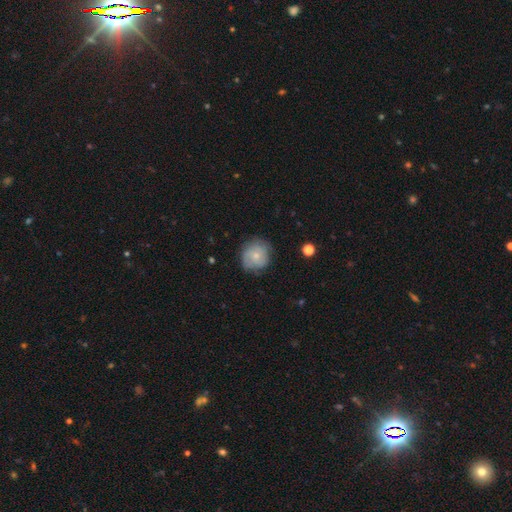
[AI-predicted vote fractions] Smooth or featured? smooth (57%)
How rounded? round (85%)
Merging? none (71%)